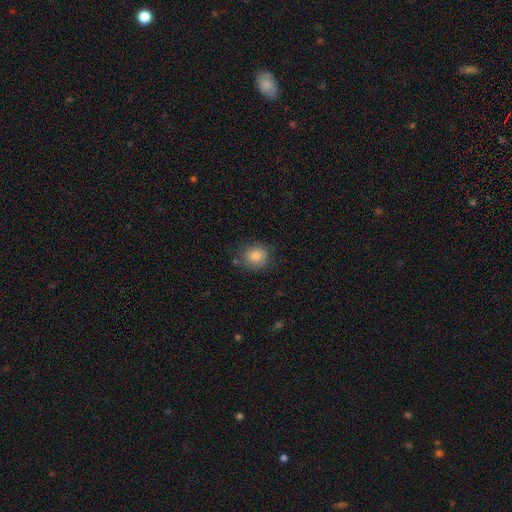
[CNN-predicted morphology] smooth-or-featured: smooth: 84% | star or artifact: 10% | featured or disk: 7%
  how-rounded: round: 76% | in between: 23% | cigar-shaped: 1%
  merging: none: 78% | minor disturbance: 16% | major disturbance: 4% | merger: 2%